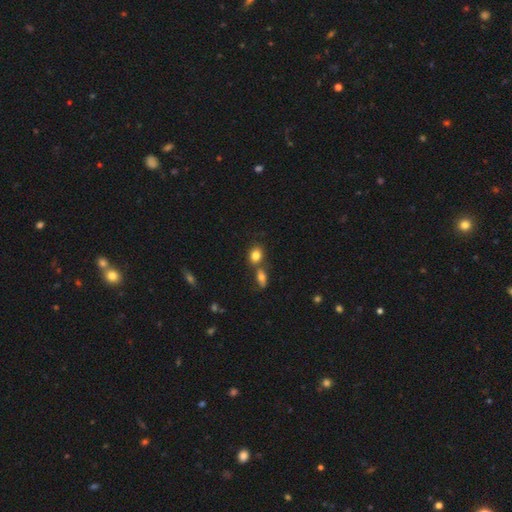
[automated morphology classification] Smooth or featured: smooth — 81% (star or artifact — 10%)
How rounded: in between — 58% (round — 40%)
Merging: none — 51% (merger — 35%)